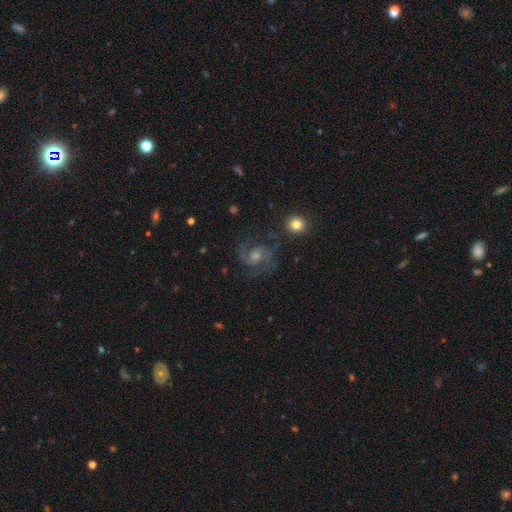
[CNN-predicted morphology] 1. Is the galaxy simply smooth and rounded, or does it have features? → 80% featured or disk, 11% star or artifact, 9% smooth.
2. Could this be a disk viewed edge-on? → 98% no, 2% yes.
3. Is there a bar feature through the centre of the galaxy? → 47% no, 43% weak, 9% strong.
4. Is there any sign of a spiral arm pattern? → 97% yes, 3% no.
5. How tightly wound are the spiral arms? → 58% medium, 28% tight, 14% loose.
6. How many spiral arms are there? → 80% 2, 7% can't tell, 7% 3, 2% 1, 2% 4, 2% more than 4.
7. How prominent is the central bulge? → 51% moderate, 35% small, 7% large, 5% none, 1% dominant.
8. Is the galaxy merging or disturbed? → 77% none, 13% minor disturbance, 8% major disturbance, 2% merger.